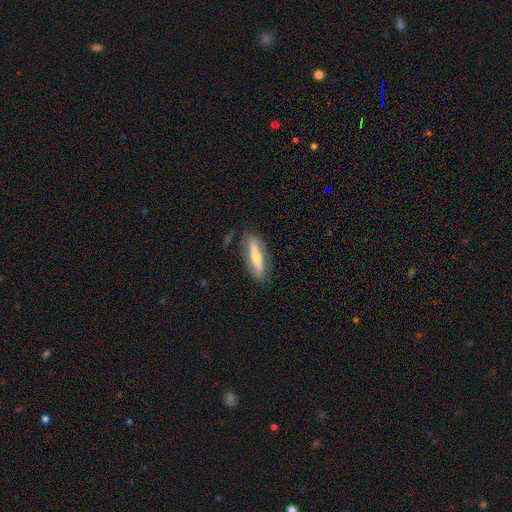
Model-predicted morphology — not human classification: Smooth or featured? featured or disk (57%)
Edge-on disk? yes (70%)
Merging? none (80%)